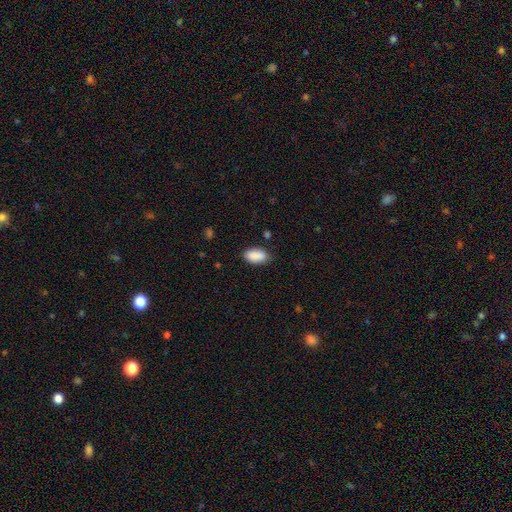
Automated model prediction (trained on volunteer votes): Overall: smooth (90%). How rounded: in between (94%). Merging: none (82%).